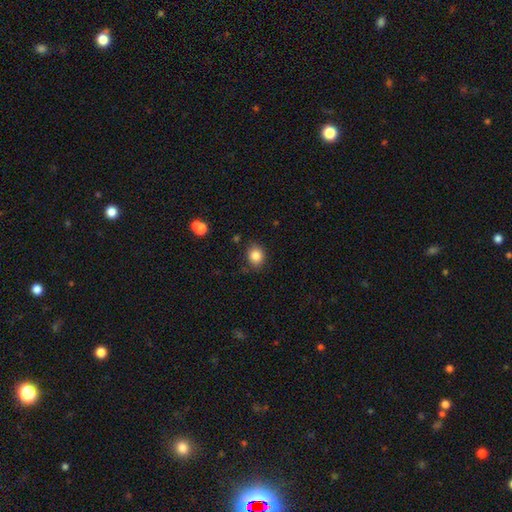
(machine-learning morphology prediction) smooth_or_featured: smooth (p=0.85) [alt: star or artifact p=0.10]
how_rounded: round (p=0.67) [alt: in between p=0.32]
merging: none (p=0.81) [alt: minor disturbance p=0.14]